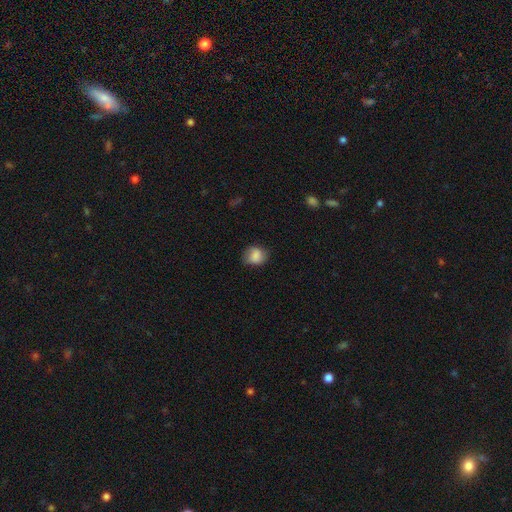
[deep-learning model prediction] smooth_or_featured: smooth (p=0.81) [alt: featured or disk p=0.10]
how_rounded: round (p=0.60) [alt: in between p=0.39]
merging: none (p=0.67) [alt: minor disturbance p=0.25]